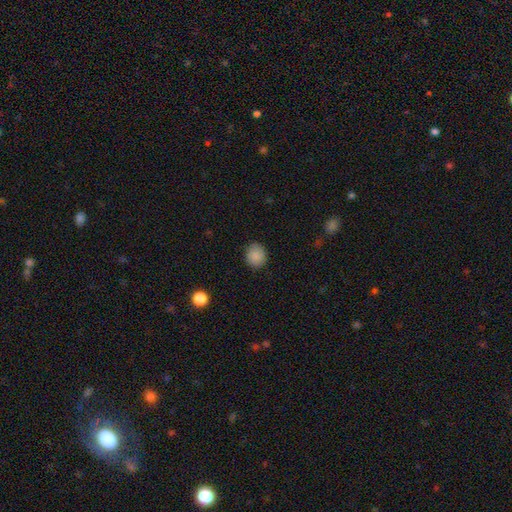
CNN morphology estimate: A smooth galaxy with no disk features (87%) that is round (78%).

Vote fractions:
- Smooth or featured? smooth: 87% / star or artifact: 9% / featured or disk: 4%
- How rounded? round: 78% / in between: 21% / cigar-shaped: 1%
- Merging? none: 86% / minor disturbance: 10% / major disturbance: 2% / merger: 1%